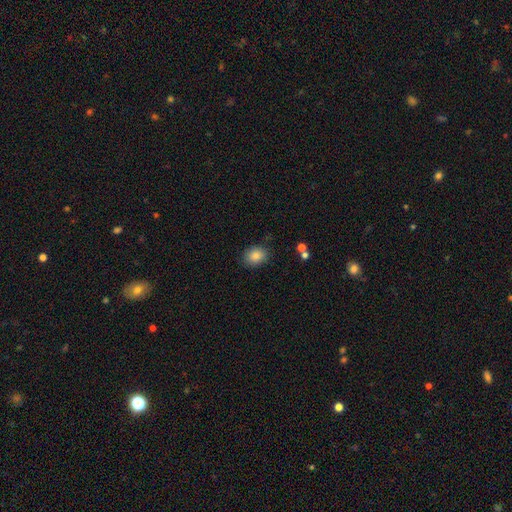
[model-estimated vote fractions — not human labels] Smooth or featured?
  - smooth: 84% *
  - star or artifact: 9%
  - featured or disk: 6%
How rounded?
  - in between: 51% *
  - round: 48%
  - cigar-shaped: 1%
Merging?
  - none: 84% *
  - minor disturbance: 11%
  - major disturbance: 3%
  - merger: 2%